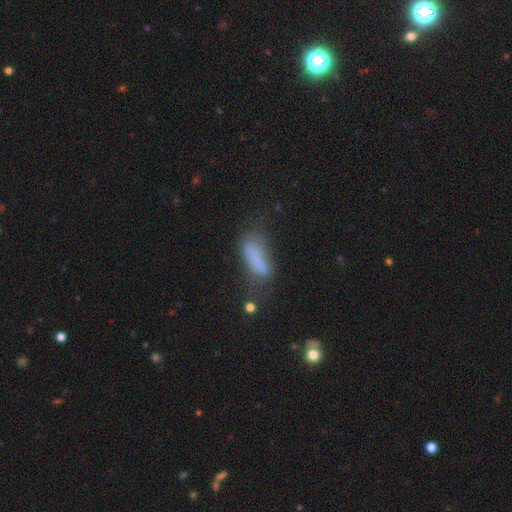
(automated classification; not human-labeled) A smooth galaxy with no disk features (69%) that is in between round and cigar-shaped (53%). Merging: none (38%).